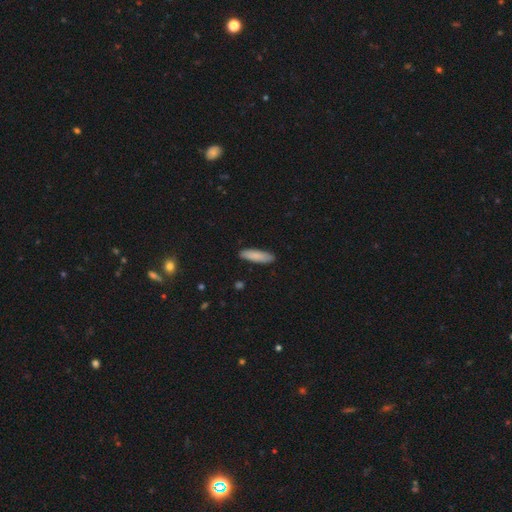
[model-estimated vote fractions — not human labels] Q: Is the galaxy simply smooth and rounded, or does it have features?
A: smooth — 86%.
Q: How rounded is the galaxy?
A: cigar-shaped — 65%.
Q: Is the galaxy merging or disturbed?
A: none — 87%.